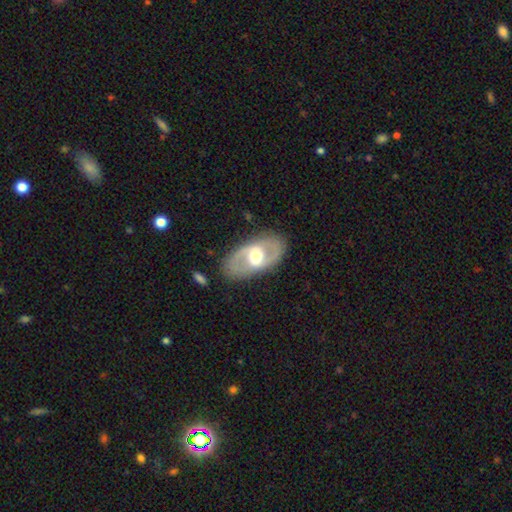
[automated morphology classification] Smooth or featured? featured or disk (74%)
Edge-on disk? no (93%)
Bar? weak (45%)
Spiral arms? yes (69%)
Bulge size? moderate (69%)
Merging? none (84%)